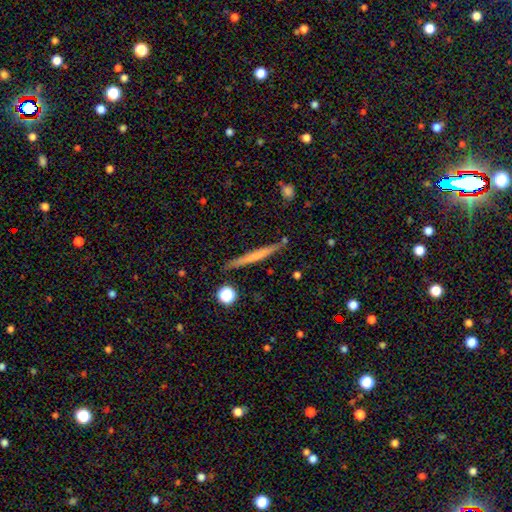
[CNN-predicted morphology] Smooth or featured? smooth (53%)
How rounded? cigar-shaped (96%)
Merging? none (87%)